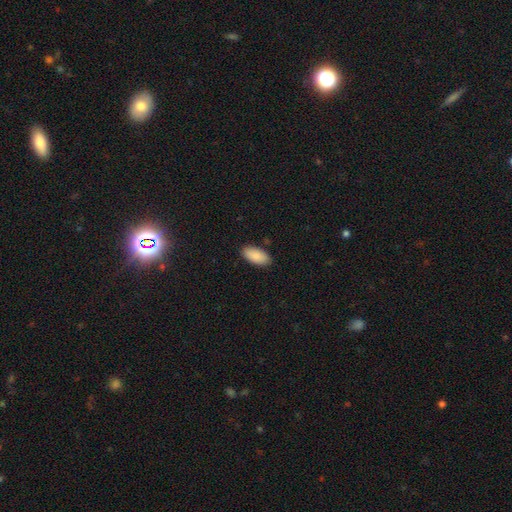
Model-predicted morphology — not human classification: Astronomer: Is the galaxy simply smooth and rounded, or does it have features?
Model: smooth — 90%.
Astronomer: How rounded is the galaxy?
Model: in between — 94%.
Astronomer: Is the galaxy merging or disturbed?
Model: none — 88%.